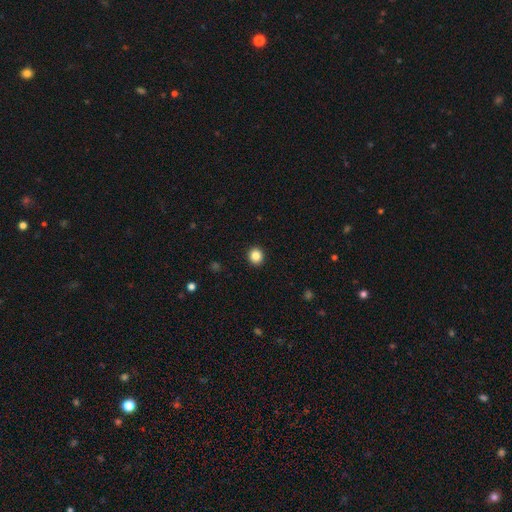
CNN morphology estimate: Smooth or featured: smooth — 85% (star or artifact — 10%)
How rounded: round — 88% (in between — 11%)
Merging: none — 93% (minor disturbance — 5%)